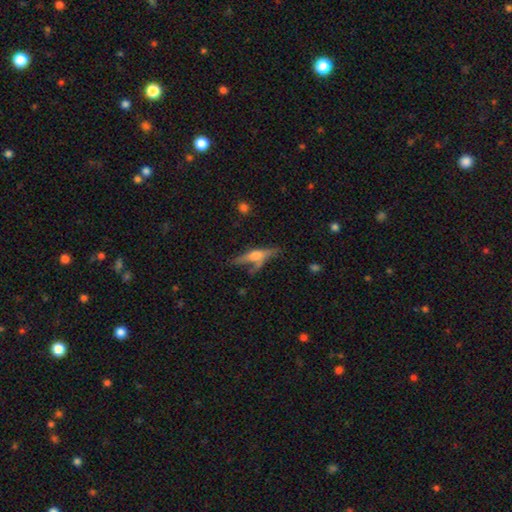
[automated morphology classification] A featured or disk galaxy (49%). Merging: none (50%).